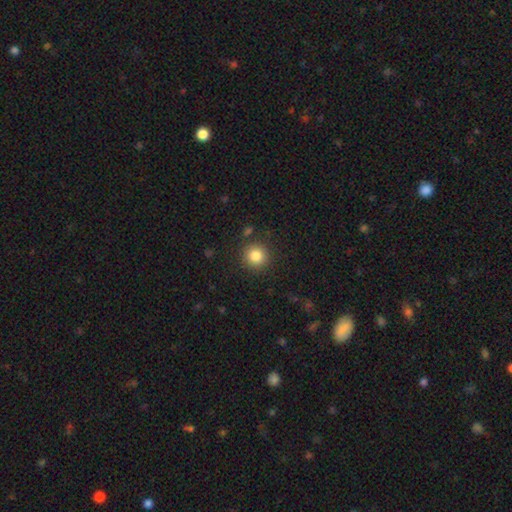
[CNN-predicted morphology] This appears to be a smooth galaxy with no disk features (84%) that is round (94%). Merging: none (88%).